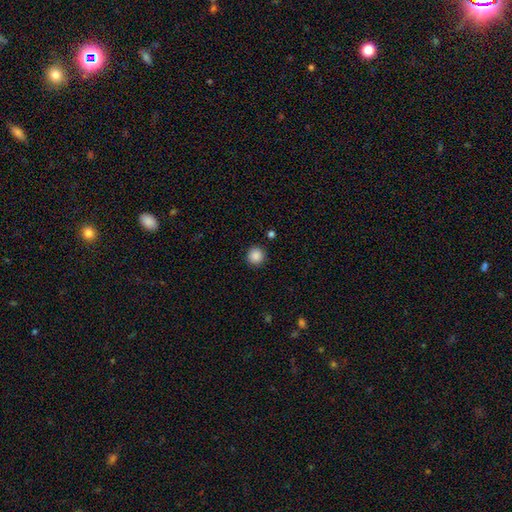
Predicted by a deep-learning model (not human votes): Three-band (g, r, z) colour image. It shows a smooth galaxy with no disk features (88%) that is round (95%). Merging: none (91%).